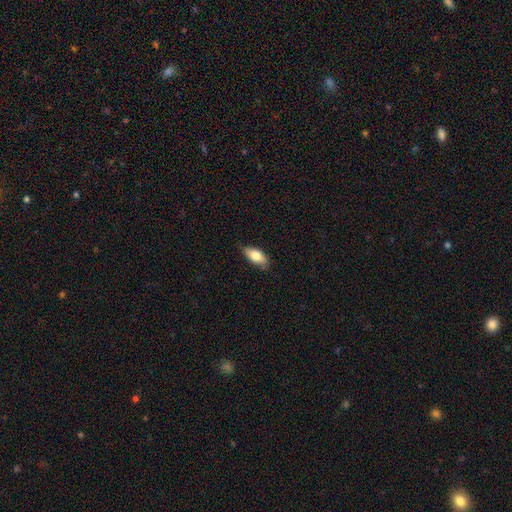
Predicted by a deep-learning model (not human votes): Smooth or featured?
  - smooth: 77% *
  - featured or disk: 16%
  - star or artifact: 7%
How rounded?
  - in between: 87% *
  - cigar-shaped: 10%
  - round: 3%
Merging?
  - none: 76% *
  - minor disturbance: 20%
  - major disturbance: 3%
  - merger: 1%